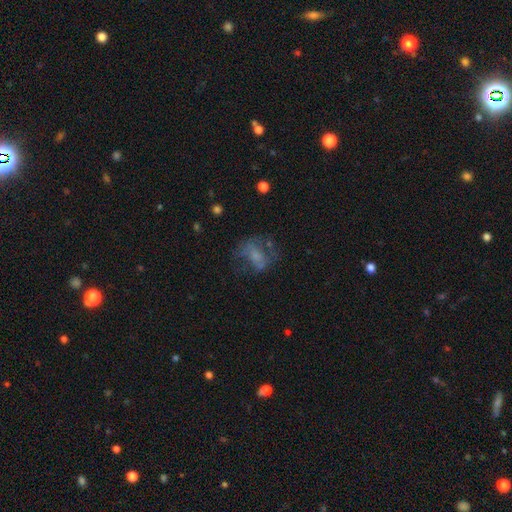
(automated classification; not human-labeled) Smooth or featured? smooth (43%, tied with featured or disk)
Merging? none (43%)